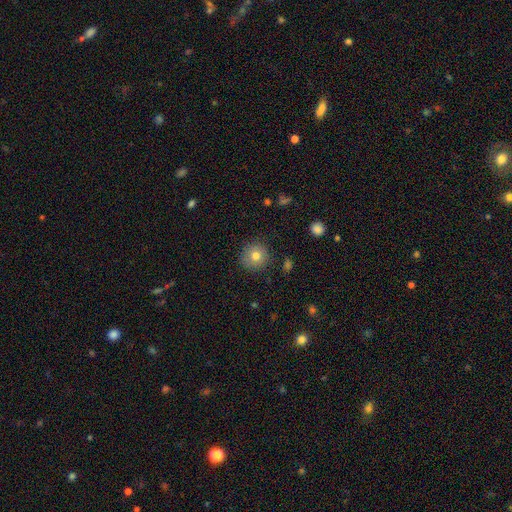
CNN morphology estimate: type=smooth (79%); roundness=round (93%); merging=none (87%).